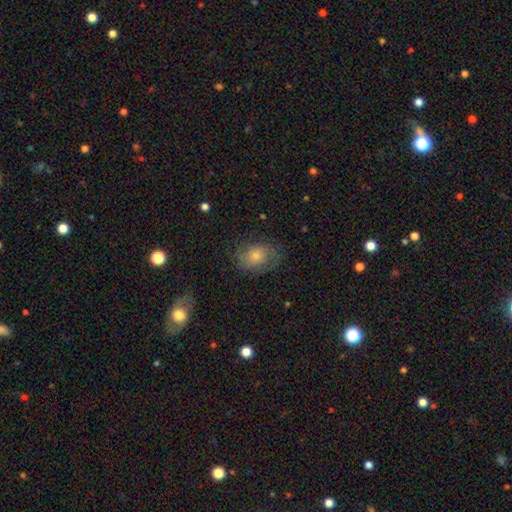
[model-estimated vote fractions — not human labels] This appears to be a featured or disk galaxy (53%) with no bar (76%), spiral arms (84%) and a moderate central bulge (49%). Merging: none (72%).